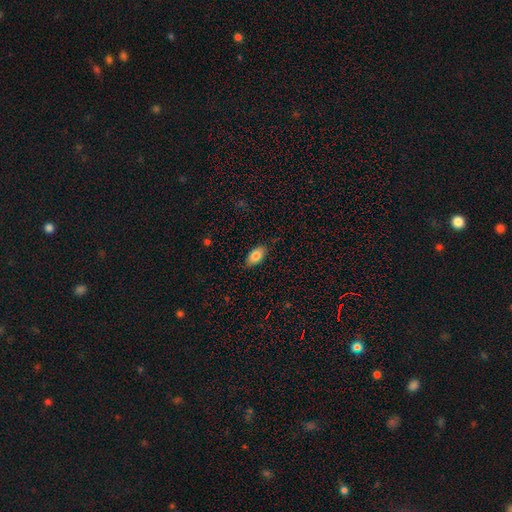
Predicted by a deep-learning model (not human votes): smooth-or-featured: smooth: 83% | featured or disk: 10% | star or artifact: 7%
  how-rounded: in between: 92% | cigar-shaped: 4% | round: 3%
  merging: none: 83% | minor disturbance: 13% | major disturbance: 2% | merger: 1%